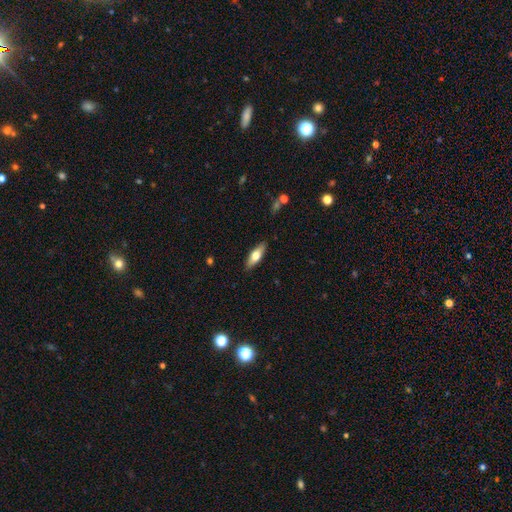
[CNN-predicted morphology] Overall: smooth (57%; featured or disk 37%). How rounded: in between (57%; cigar-shaped 40%). Merging: none (88%).